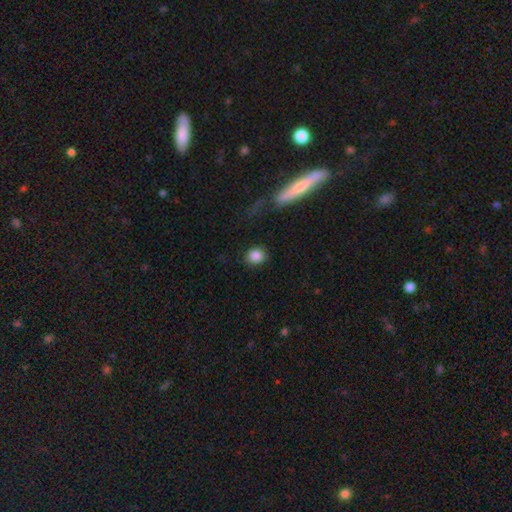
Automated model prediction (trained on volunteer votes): smooth-or-featured: smooth: 87% | star or artifact: 8% | featured or disk: 5%
  how-rounded: round: 72% | in between: 26% | cigar-shaped: 1%
  merging: none: 84% | minor disturbance: 10% | major disturbance: 4% | merger: 3%